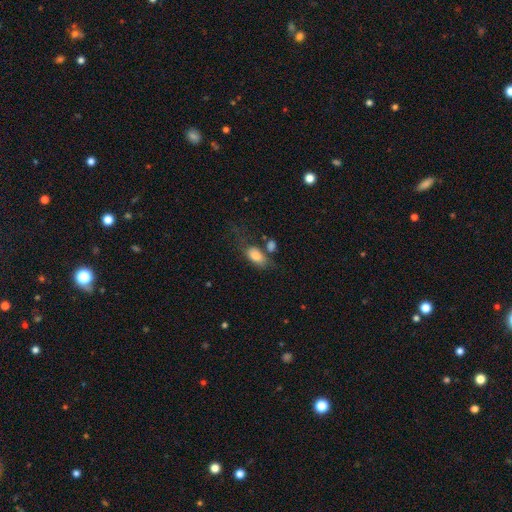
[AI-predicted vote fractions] Smooth or featured: smooth — 80% (featured or disk — 12%)
How rounded: in between — 89% (round — 7%)
Merging: none — 43% (merger — 22%)